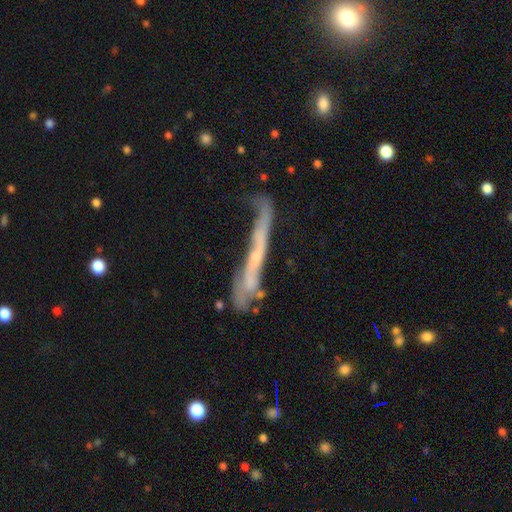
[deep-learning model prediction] smooth_or_featured: featured or disk (p=0.65) [alt: smooth p=0.25]
disk_edge_on: yes (p=0.73) [alt: no p=0.27]
merging: none (p=0.43) [alt: minor disturbance p=0.26]